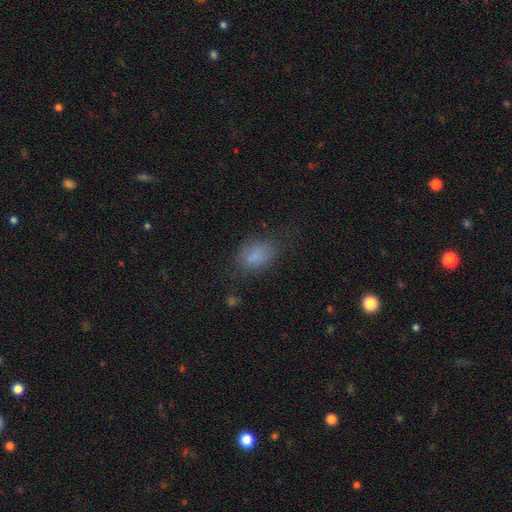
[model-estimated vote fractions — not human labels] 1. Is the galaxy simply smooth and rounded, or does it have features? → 77% smooth, 12% star or artifact, 11% featured or disk.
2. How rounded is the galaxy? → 80% in between, 18% round, 2% cigar-shaped.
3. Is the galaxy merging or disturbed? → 58% none, 25% minor disturbance, 14% major disturbance, 3% merger.